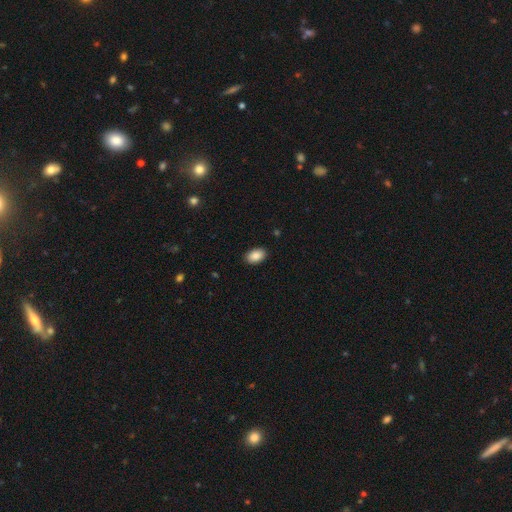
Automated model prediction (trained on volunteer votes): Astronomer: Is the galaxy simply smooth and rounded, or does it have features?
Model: smooth — 89%.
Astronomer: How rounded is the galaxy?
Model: in between — 91%.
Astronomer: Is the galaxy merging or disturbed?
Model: none — 89%.